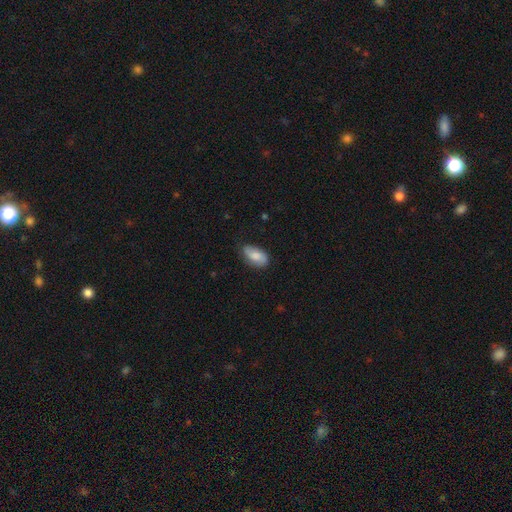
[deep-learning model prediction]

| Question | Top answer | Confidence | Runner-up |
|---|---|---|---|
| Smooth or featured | smooth | 79% | featured or disk (15%) |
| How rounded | in between | 93% | round (4%) |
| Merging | none | 68% | minor disturbance (26%) |